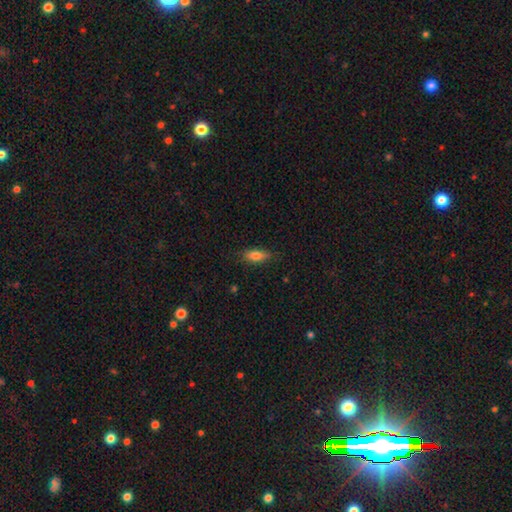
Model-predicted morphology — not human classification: smooth-or-featured: smooth: 77% | featured or disk: 16% | star or artifact: 8%
  how-rounded: in between: 71% | cigar-shaped: 26% | round: 3%
  merging: none: 78% | minor disturbance: 17% | major disturbance: 3% | merger: 1%